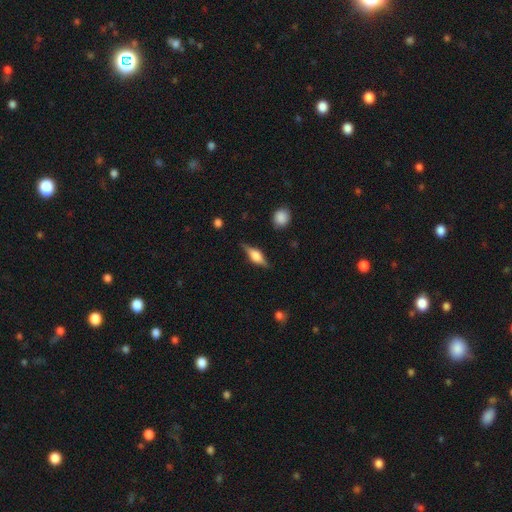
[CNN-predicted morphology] Smooth or featured?
  - featured or disk: 63% *
  - smooth: 29%
  - star or artifact: 7%
Edge-on disk?
  - yes: 95% *
  - no: 5%
Edge-on bulge?
  - rounded: 83% *
  - boxy: 15%
  - none: 2%
Merging?
  - none: 82% *
  - minor disturbance: 13%
  - major disturbance: 3%
  - merger: 1%